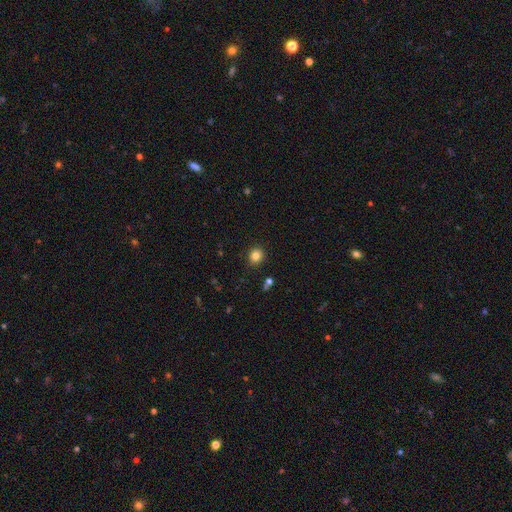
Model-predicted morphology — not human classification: smooth_or_featured: smooth (p=0.83) [alt: star or artifact p=0.12]
how_rounded: round (p=0.84) [alt: in between p=0.15]
merging: none (p=0.90) [alt: minor disturbance p=0.07]